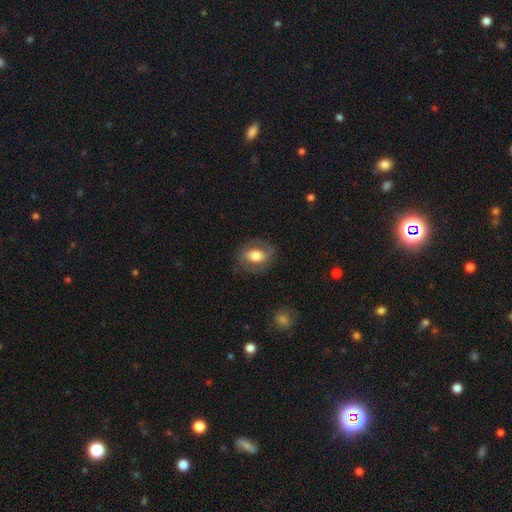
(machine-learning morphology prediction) The model was most divided on "smooth or featured": smooth: 51%, featured or disk: 41%, star or artifact: 7%. More confident: merging — none (78%); how rounded — in between (72%).